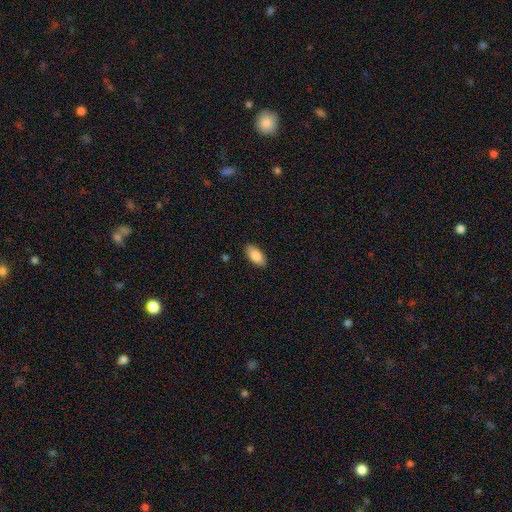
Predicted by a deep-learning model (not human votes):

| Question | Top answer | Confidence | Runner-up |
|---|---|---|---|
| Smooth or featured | smooth | 86% | featured or disk (8%) |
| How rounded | in between | 92% | cigar-shaped (6%) |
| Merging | none | 88% | minor disturbance (9%) |